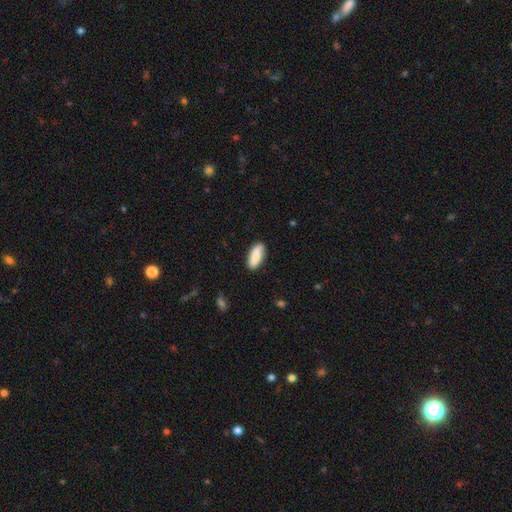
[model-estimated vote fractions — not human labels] smooth_or_featured: smooth (p=0.80) [alt: featured or disk p=0.14]
how_rounded: in between (p=0.73) [alt: cigar-shaped p=0.24]
merging: none (p=0.85) [alt: minor disturbance p=0.12]